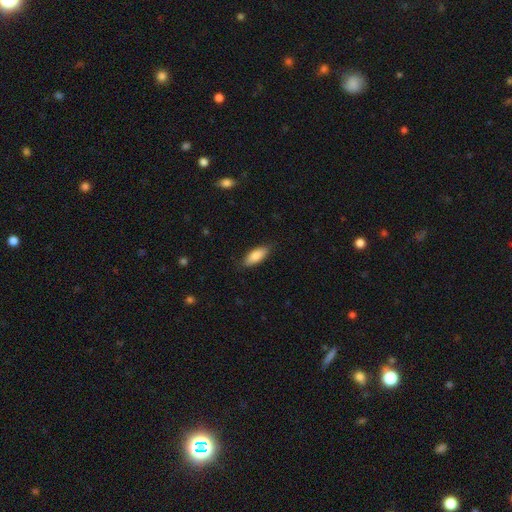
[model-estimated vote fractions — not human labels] Morphology: type=smooth (85%); roundness=in between (76%); merging=none (84%).